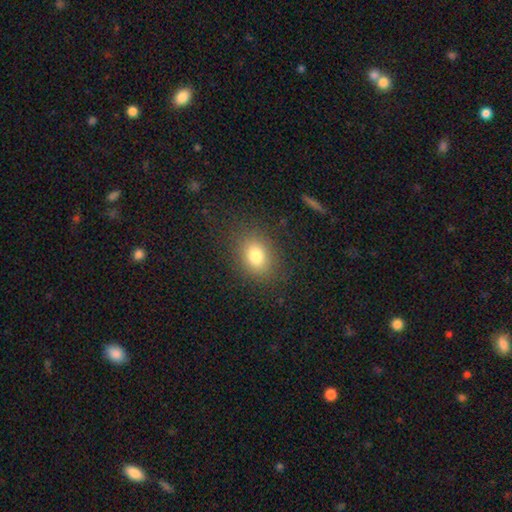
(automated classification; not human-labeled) The model was most divided on "how rounded": in between: 58%, round: 41%, cigar-shaped: 1%. More confident: merging — none (84%); smooth or featured — smooth (79%).